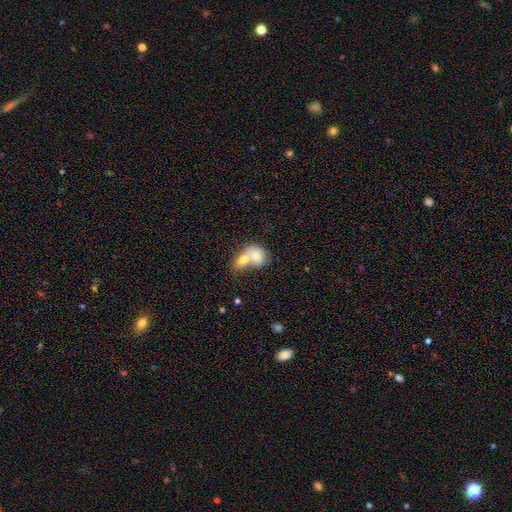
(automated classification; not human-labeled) The model was most divided on "how rounded": in between: 58%, round: 41%, cigar-shaped: 2%. More confident: merging — merger (77%); smooth or featured — smooth (69%).